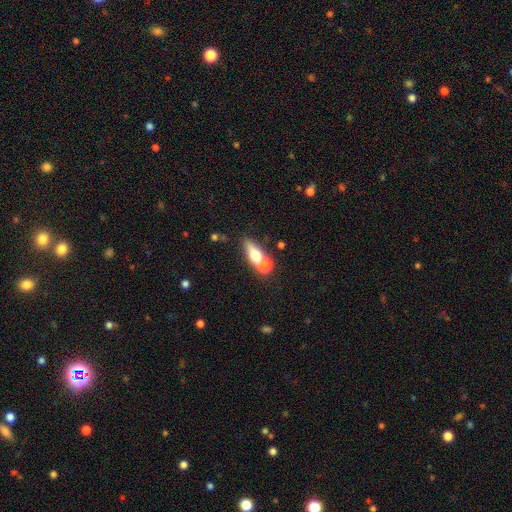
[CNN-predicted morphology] type=smooth (58%); roundness=in between (54%); merging=merger (49%).